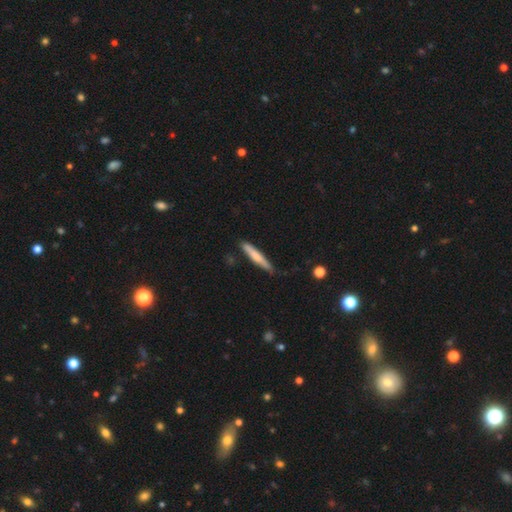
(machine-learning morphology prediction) smooth_or_featured: smooth (p=0.65) [alt: featured or disk p=0.30]
how_rounded: cigar-shaped (p=0.92) [alt: in between p=0.06]
merging: none (p=0.79) [alt: minor disturbance p=0.16]